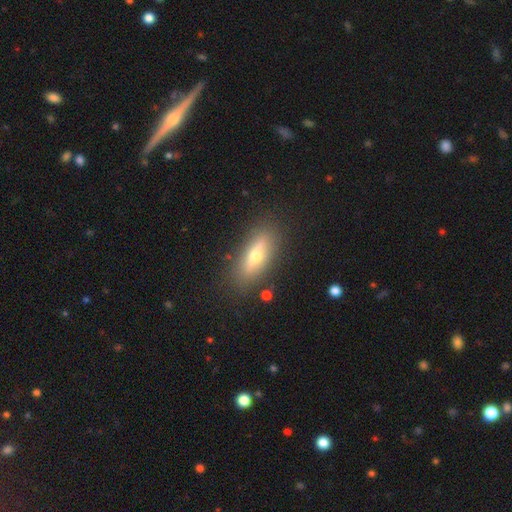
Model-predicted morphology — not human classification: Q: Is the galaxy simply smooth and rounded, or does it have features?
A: featured or disk — 47%.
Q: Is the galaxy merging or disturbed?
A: none — 85%.